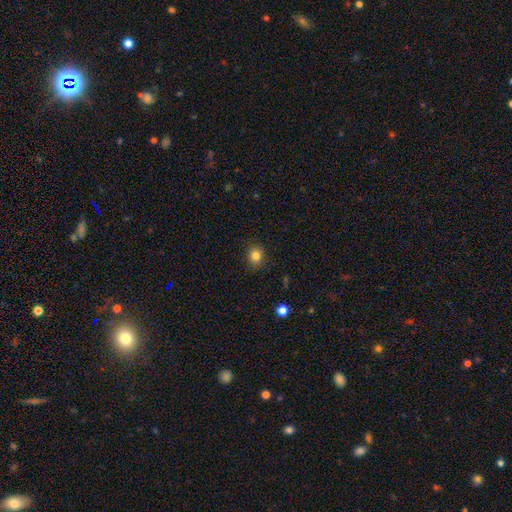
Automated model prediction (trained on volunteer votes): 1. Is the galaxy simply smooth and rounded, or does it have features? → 83% smooth, 12% star or artifact, 5% featured or disk.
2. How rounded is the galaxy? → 81% round, 19% in between, 1% cigar-shaped.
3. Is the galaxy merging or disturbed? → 89% none, 8% minor disturbance, 2% major disturbance, 1% merger.